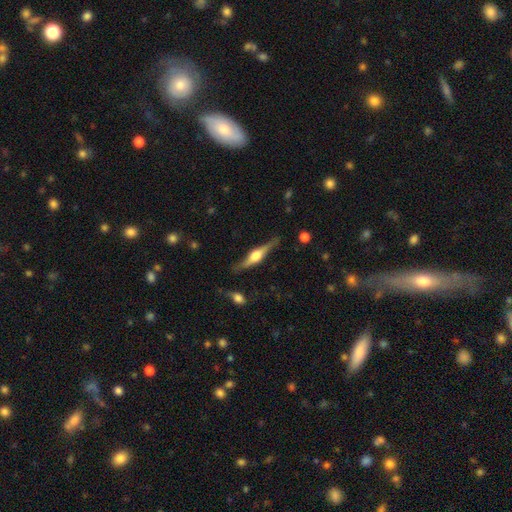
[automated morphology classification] This is likely a featured or disk galaxy (78%). It is clearly viewed edge-on (97%). Edge-on bulge: clearly rounded (92%). Merging: clearly none (83%).